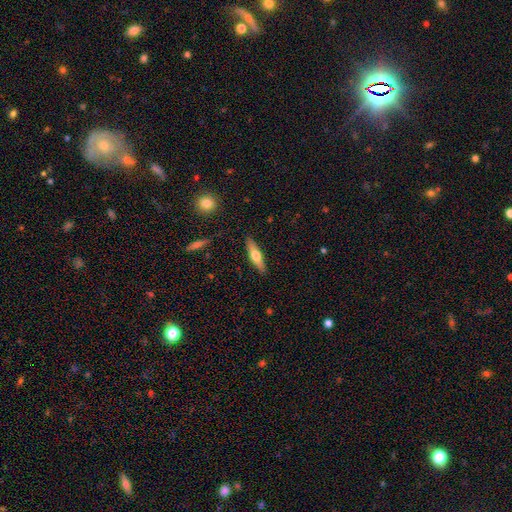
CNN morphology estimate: smooth-or-featured: smooth: 50% | featured or disk: 44% | star or artifact: 6%
  merging: none: 89% | minor disturbance: 8% | major disturbance: 2% | merger: 1%